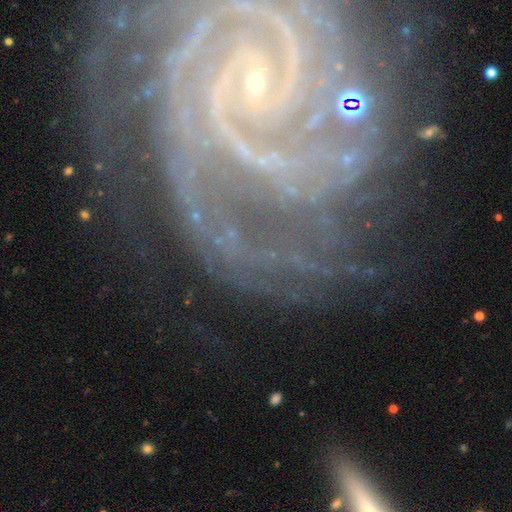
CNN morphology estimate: The model was most divided on "spiral arm count": 2: 32%, 3: 19%, can't tell: 16%, 4: 14%, more than 4: 11%, 1: 9%. Remaining: spiral arms — yes (98%); edge-on disk — no (98%); smooth or featured — featured or disk (90%); bulge size — small (85%); spiral winding — tight (71%); merging — none (62%); bar — no (45%).